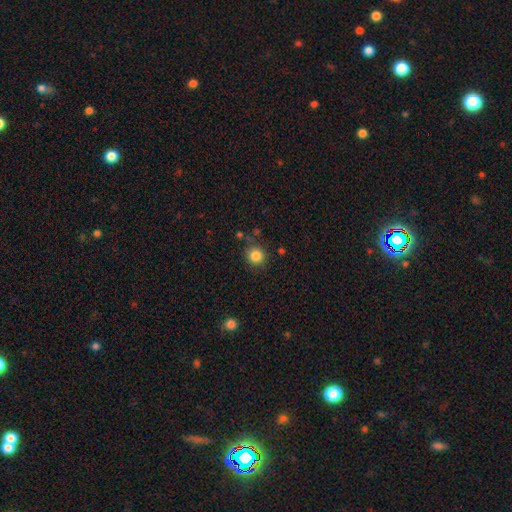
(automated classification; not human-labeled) Smooth or featured? smooth (85%)
How rounded? round (93%)
Merging? none (84%)